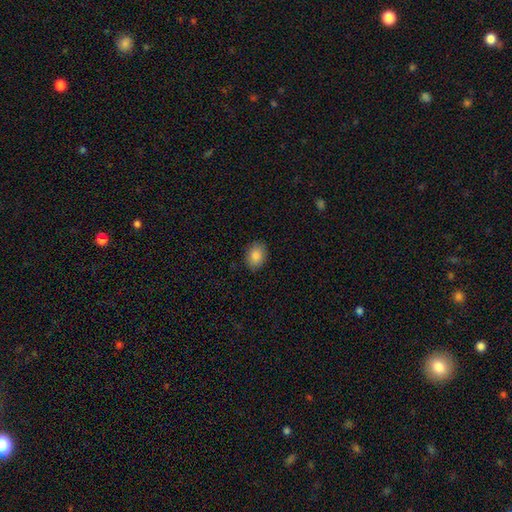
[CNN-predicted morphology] Smooth or featured: smooth — 86% (star or artifact — 8%)
How rounded: in between — 66% (round — 33%)
Merging: none — 88% (minor disturbance — 9%)